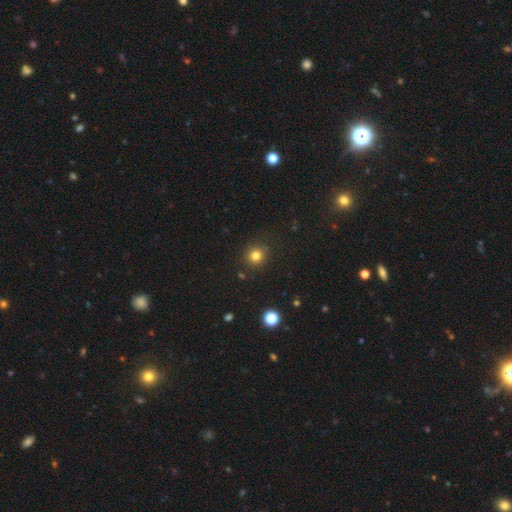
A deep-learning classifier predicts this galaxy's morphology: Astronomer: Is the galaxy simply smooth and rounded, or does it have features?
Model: smooth — 81%.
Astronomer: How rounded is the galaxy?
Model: round — 87%.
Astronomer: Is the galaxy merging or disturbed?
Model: none — 86%.